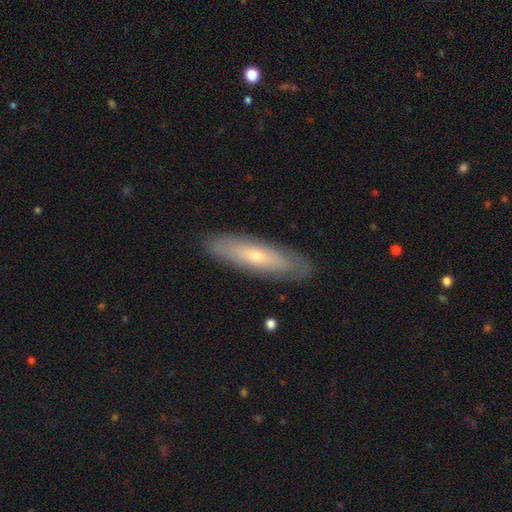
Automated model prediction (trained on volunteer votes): A featured or disk galaxy (47%). Merging: none (88%).